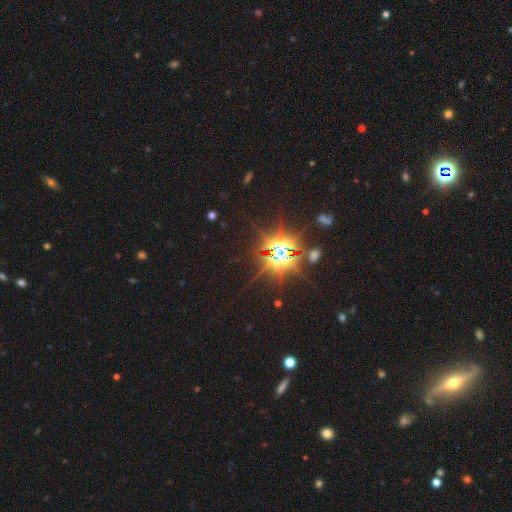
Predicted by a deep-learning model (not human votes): Morphology: type=star or artifact (86%).